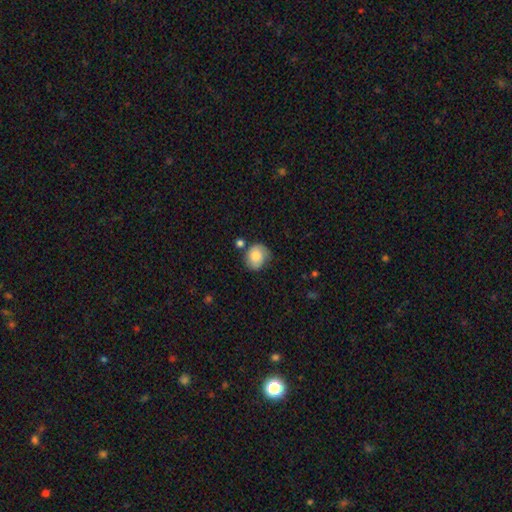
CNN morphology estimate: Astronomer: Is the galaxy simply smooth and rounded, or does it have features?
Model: smooth — 71%.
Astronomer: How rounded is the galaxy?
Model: round — 71%.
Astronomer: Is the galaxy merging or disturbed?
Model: none — 61%.